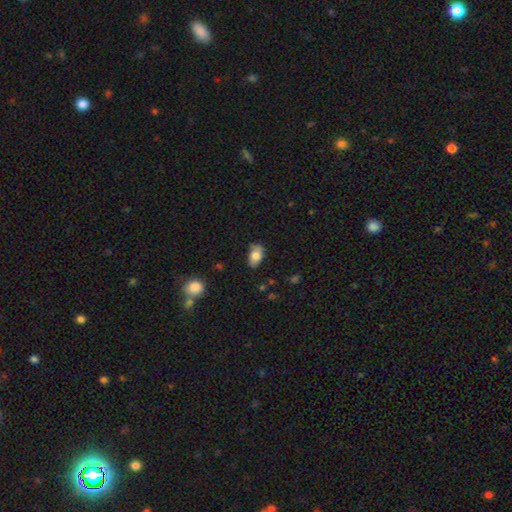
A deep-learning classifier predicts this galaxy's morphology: Q: Smooth or featured?
A: smooth (76%); runner-up: featured or disk (16%)
Q: How rounded?
A: in between (91%); runner-up: round (7%)
Q: Merging?
A: none (71%); runner-up: minor disturbance (23%)